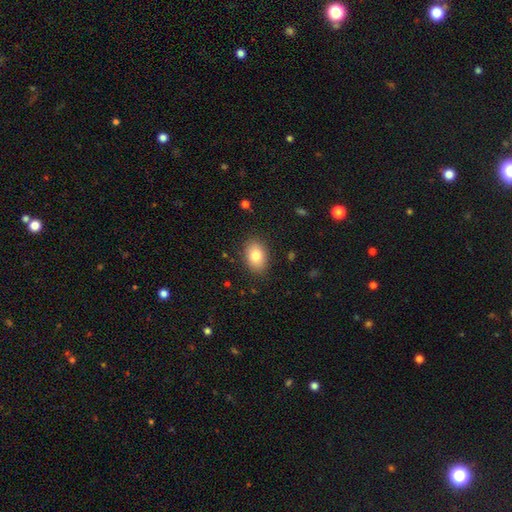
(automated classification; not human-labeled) Smooth or featured? Predicted: smooth (p=0.82). How rounded? Predicted: in between (p=0.83). Merging? Predicted: none (p=0.86).